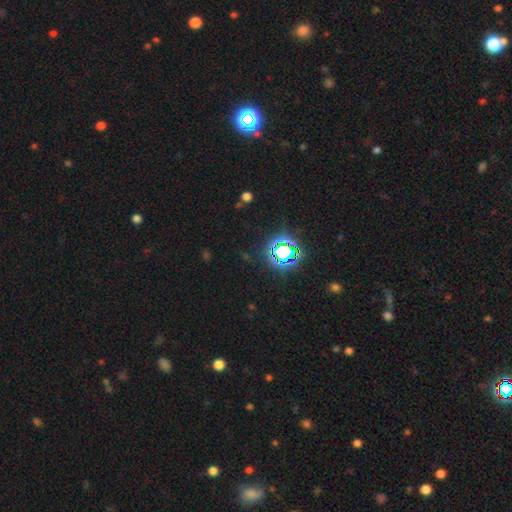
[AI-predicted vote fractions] Q: Smooth or featured?
A: star or artifact (81%); runner-up: smooth (13%)